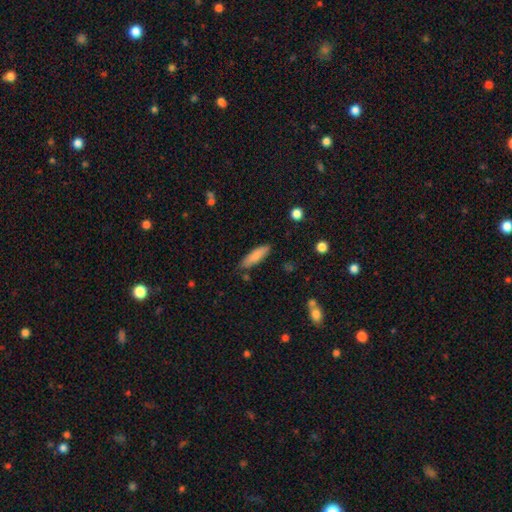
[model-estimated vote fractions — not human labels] smooth_or_featured: smooth (p=0.83) [alt: featured or disk p=0.11]
how_rounded: cigar-shaped (p=0.59) [alt: in between p=0.40]
merging: none (p=0.82) [alt: minor disturbance p=0.13]